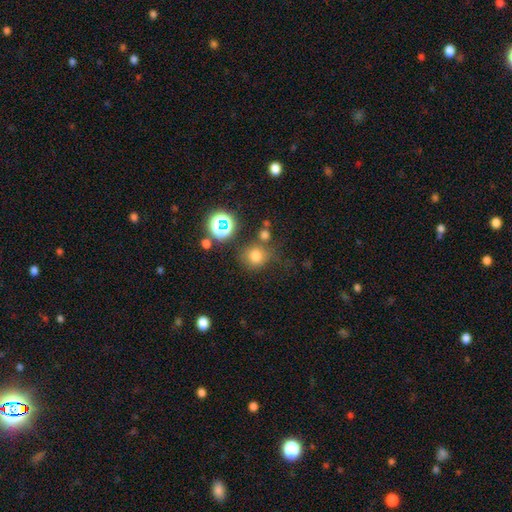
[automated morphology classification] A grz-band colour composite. It shows a smooth galaxy with no disk features (72%) that is round (85%). Merging: none (68%).